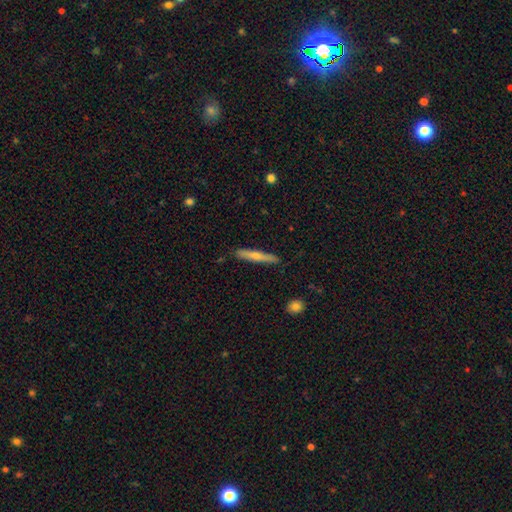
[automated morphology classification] This appears to be a smooth galaxy with no disk features (50%) that is cigar-shaped (94%). Merging: none (89%).